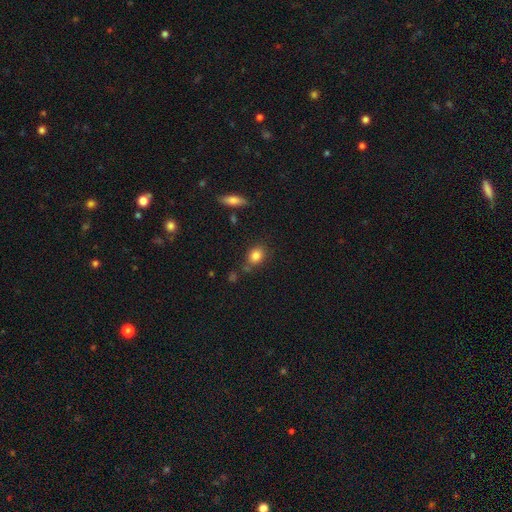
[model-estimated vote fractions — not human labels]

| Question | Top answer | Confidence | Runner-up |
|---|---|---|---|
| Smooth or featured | smooth | 83% | star or artifact (10%) |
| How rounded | in between | 53% | round (45%) |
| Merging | none | 74% | minor disturbance (16%) |